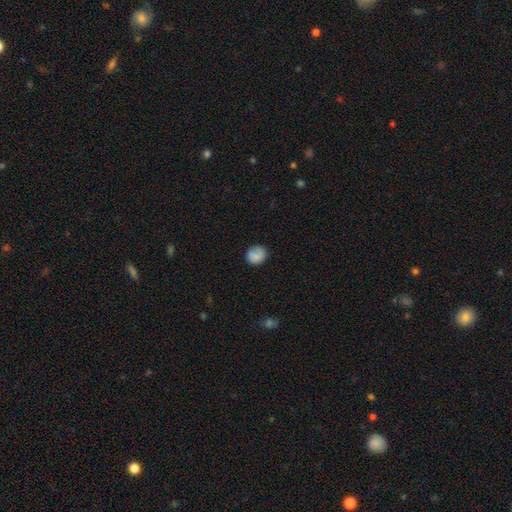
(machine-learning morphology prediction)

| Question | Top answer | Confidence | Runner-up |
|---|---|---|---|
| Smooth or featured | smooth | 81% | featured or disk (10%) |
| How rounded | round | 80% | in between (19%) |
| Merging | none | 78% | minor disturbance (16%) |